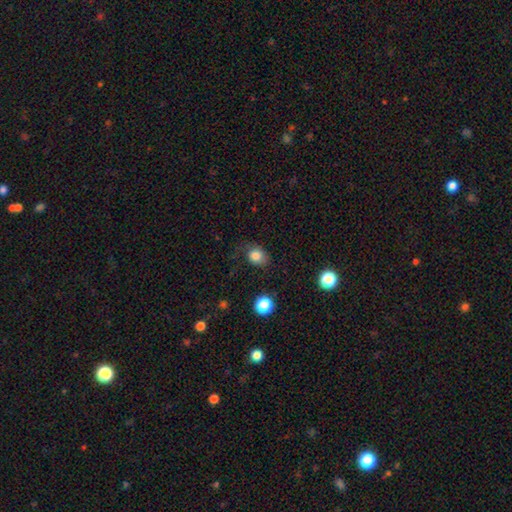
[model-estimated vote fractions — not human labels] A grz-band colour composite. It shows a smooth galaxy with no disk features (83%) that is round (56%). Merging: none (59%).